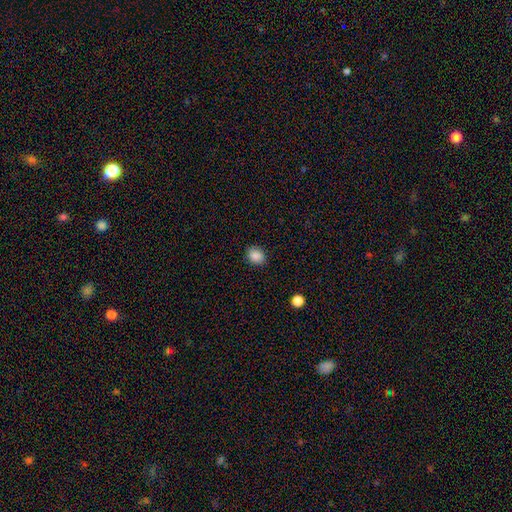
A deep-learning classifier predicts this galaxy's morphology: Smooth or featured?
  - smooth: 88% *
  - star or artifact: 9%
  - featured or disk: 3%
How rounded?
  - round: 52% *
  - in between: 47%
  - cigar-shaped: 1%
Merging?
  - none: 88% *
  - minor disturbance: 9%
  - major disturbance: 2%
  - merger: 1%